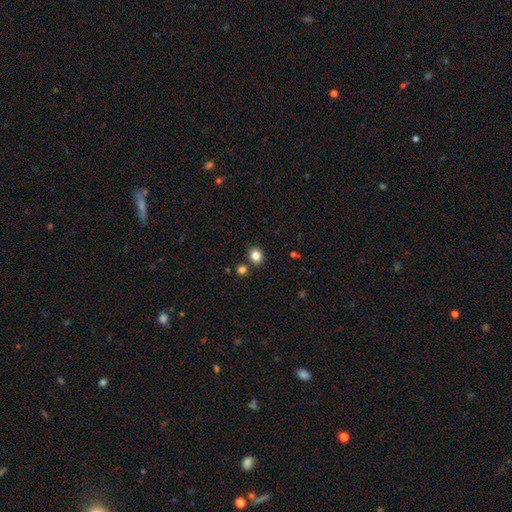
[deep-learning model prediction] This is clearly a smooth galaxy (84%). How rounded: likely round (74%). Merging: clearly none (82%).